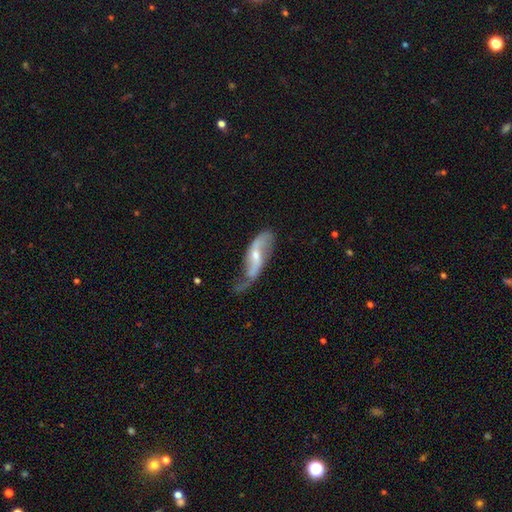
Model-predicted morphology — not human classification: The model was most divided on "bulge size": small: 49%, moderate: 45%, none: 3%, large: 2%, dominant: 1%. Remaining: spiral arms — yes (90%); edge-on disk — no (89%); spiral arm count — 2 (85%); spiral winding — loose (79%); smooth or featured — featured or disk (78%); bar — weak (44%); merging — none (44%).